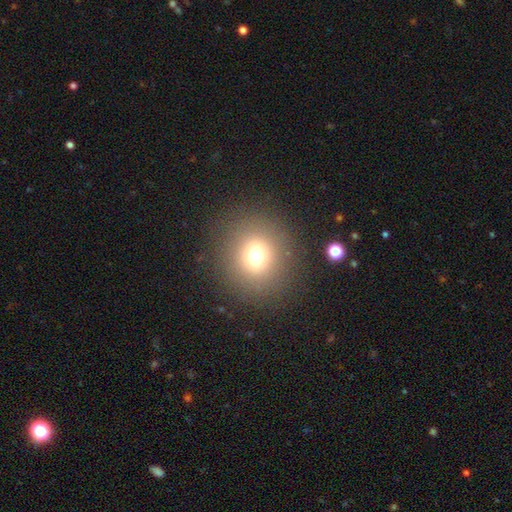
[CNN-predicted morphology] This is likely a smooth galaxy (71%). How rounded: clearly round (89%). Merging: clearly none (87%).